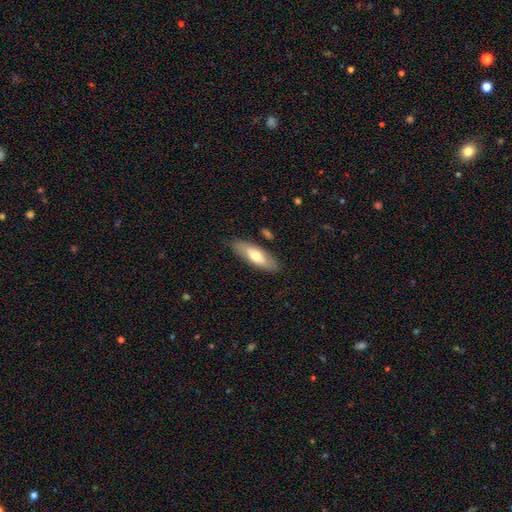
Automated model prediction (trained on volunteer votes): smooth-or-featured: smooth: 60% | featured or disk: 34% | star or artifact: 6%
  how-rounded: in between: 61% | cigar-shaped: 37% | round: 2%
  merging: none: 82% | minor disturbance: 13% | major disturbance: 3% | merger: 2%